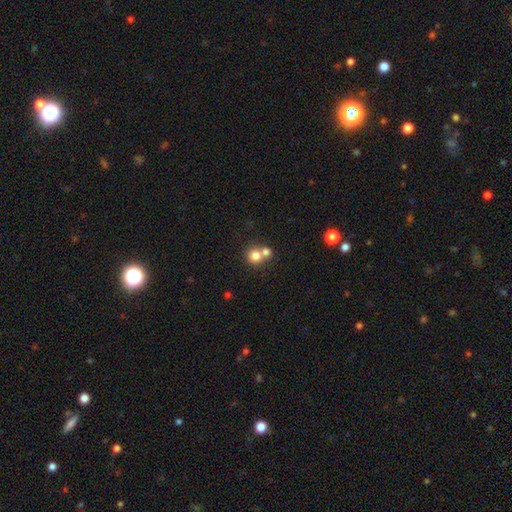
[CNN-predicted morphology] type=smooth (78%); roundness=round (88%); merging=merger (49%).